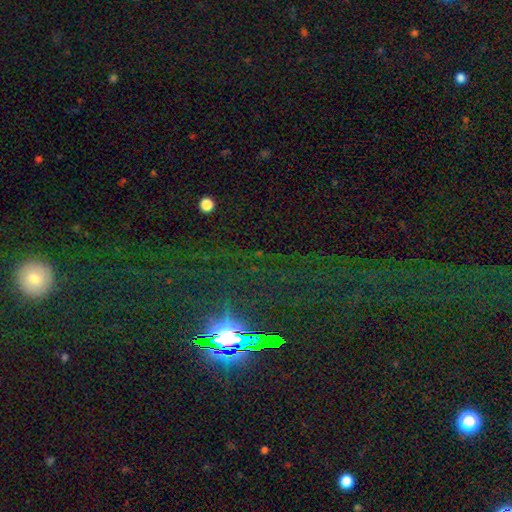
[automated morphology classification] smooth_or_featured: star or artifact (p=0.76) [alt: smooth p=0.13]